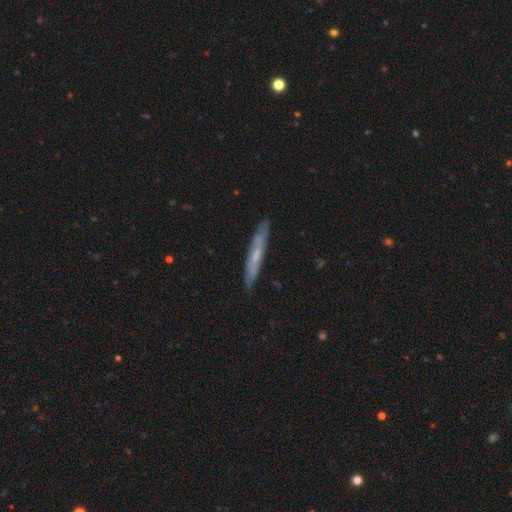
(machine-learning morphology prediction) Smooth or featured?
  - featured or disk: 55% *
  - smooth: 38%
  - star or artifact: 7%
Edge-on disk?
  - yes: 74% *
  - no: 26%
Merging?
  - none: 83% *
  - minor disturbance: 13%
  - major disturbance: 2%
  - merger: 2%